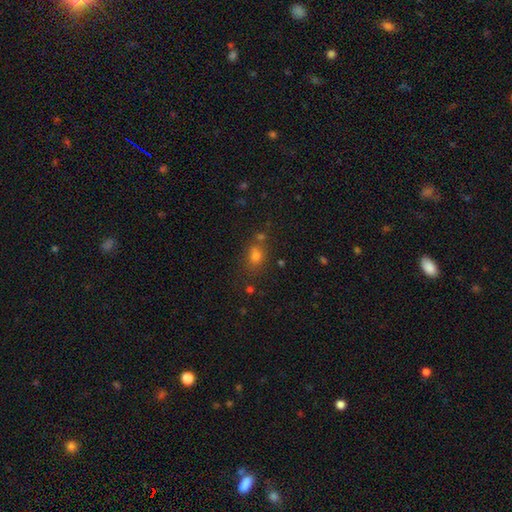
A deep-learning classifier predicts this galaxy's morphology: A smooth galaxy with no disk features (70%) that is round (52%). Merging: none (61%).